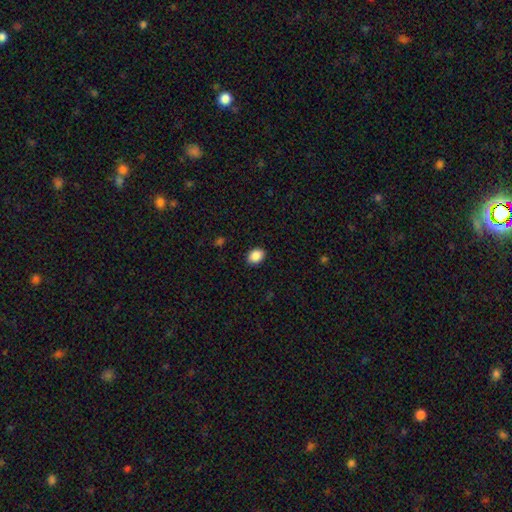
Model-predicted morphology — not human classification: Q: Smooth or featured?
A: smooth (89%); runner-up: star or artifact (8%)
Q: How rounded?
A: in between (62%); runner-up: round (37%)
Q: Merging?
A: none (90%); runner-up: minor disturbance (7%)